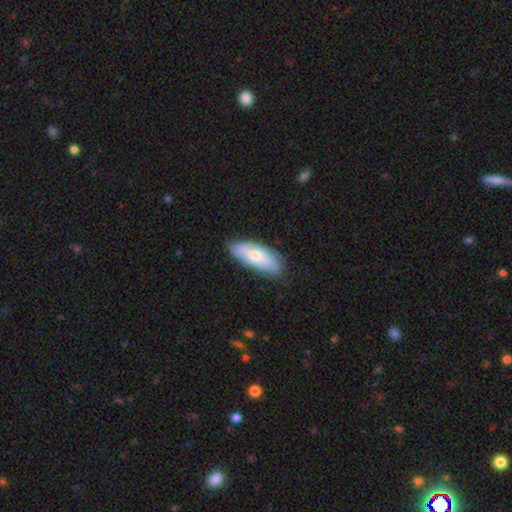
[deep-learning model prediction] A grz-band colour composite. It shows a smooth galaxy with no disk features (52%) that is in between round and cigar-shaped (77%). Merging: none (77%).